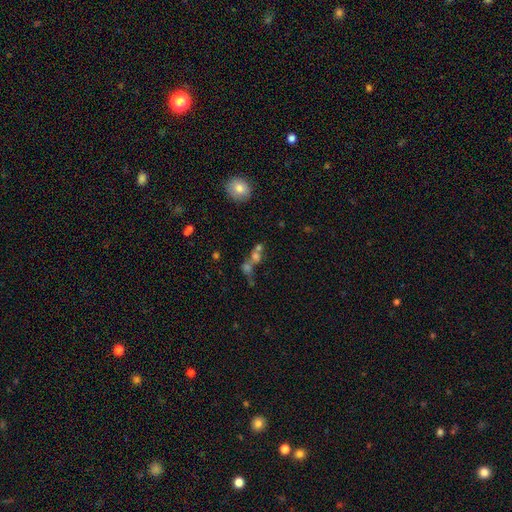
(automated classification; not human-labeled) A smooth galaxy with no disk features (50%) that is round (57%). Merging: merger (51%).